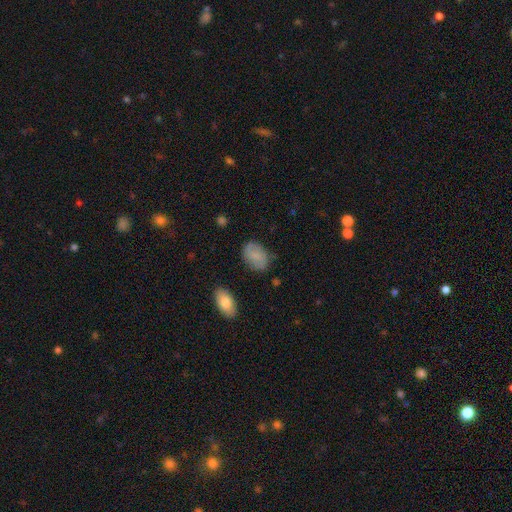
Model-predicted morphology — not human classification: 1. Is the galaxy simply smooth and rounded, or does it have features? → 74% smooth, 19% featured or disk, 7% star or artifact.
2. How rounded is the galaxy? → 82% in between, 17% round, 1% cigar-shaped.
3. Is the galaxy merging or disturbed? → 74% none, 19% minor disturbance, 4% major disturbance, 2% merger.